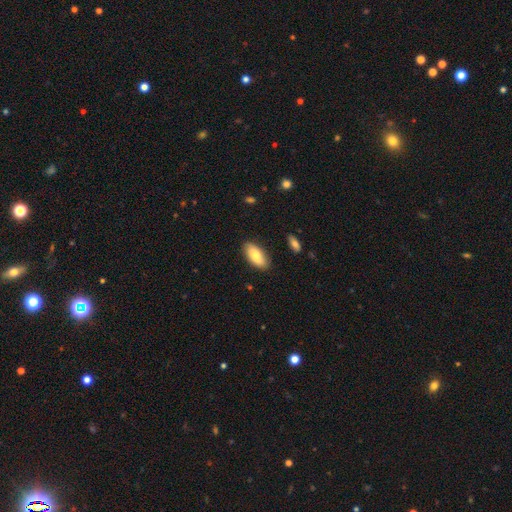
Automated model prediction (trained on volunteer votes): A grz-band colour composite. It shows a smooth galaxy with no disk features (78%) that is in between round and cigar-shaped (89%). Merging: none (85%).